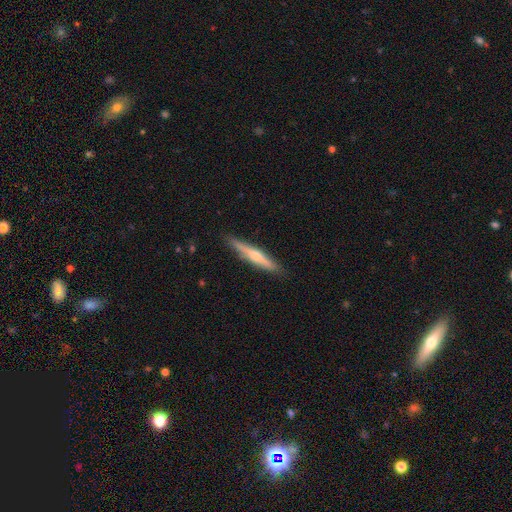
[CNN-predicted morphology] Q: Smooth or featured?
A: featured or disk (58%); runner-up: smooth (36%)
Q: Edge-on disk?
A: yes (96%); runner-up: no (4%)
Q: Edge-on bulge?
A: rounded (81%); runner-up: none (14%)
Q: Merging?
A: none (88%); runner-up: minor disturbance (9%)